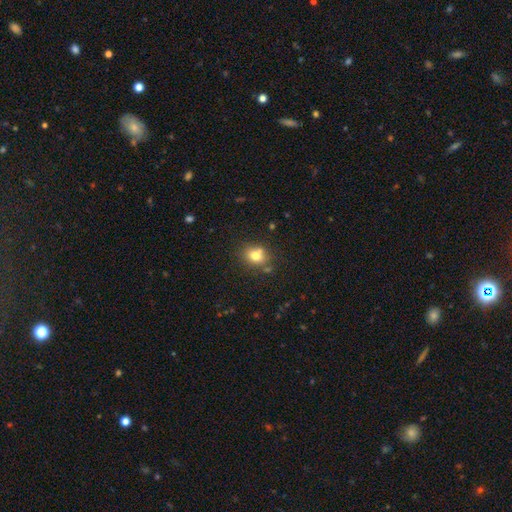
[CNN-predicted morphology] Q: Smooth or featured?
A: smooth (76%); runner-up: star or artifact (13%)
Q: How rounded?
A: round (57%); runner-up: in between (42%)
Q: Merging?
A: none (68%); runner-up: minor disturbance (15%)